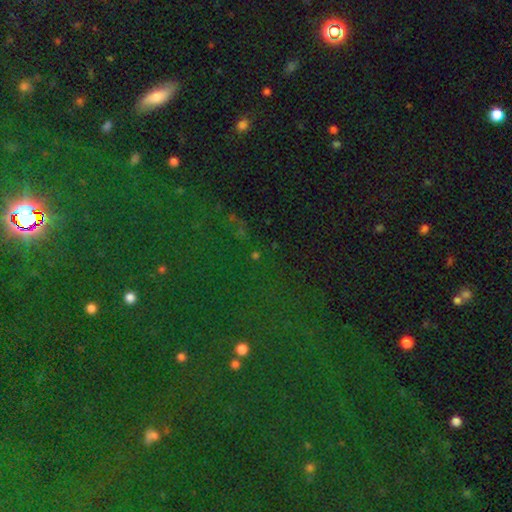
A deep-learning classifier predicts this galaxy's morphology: Smooth or featured: star or artifact — 71% (smooth — 19%)